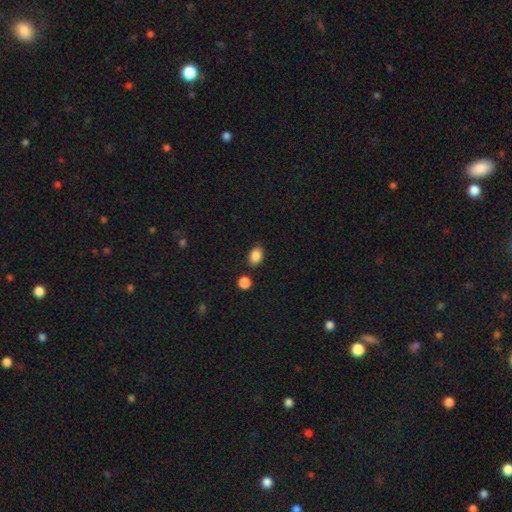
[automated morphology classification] smooth_or_featured: smooth (p=0.86) [alt: star or artifact p=0.09]
how_rounded: in between (p=0.76) [alt: round p=0.23]
merging: none (p=0.80) [alt: minor disturbance p=0.12]